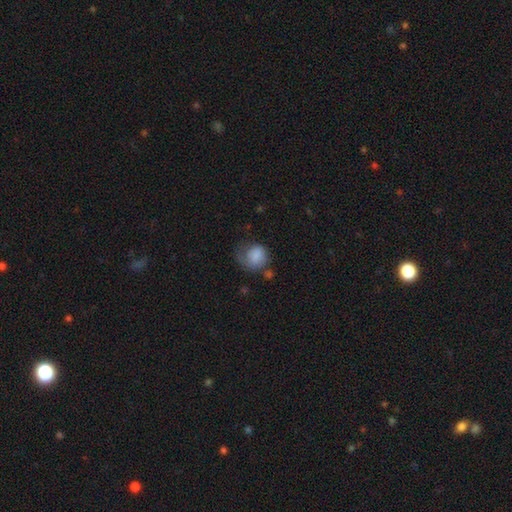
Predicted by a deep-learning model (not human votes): The model was most divided on "merging": none: 36%, minor disturbance: 30%, major disturbance: 28%, merger: 5%. More confident: smooth or featured — smooth (77%); how rounded — round (67%).